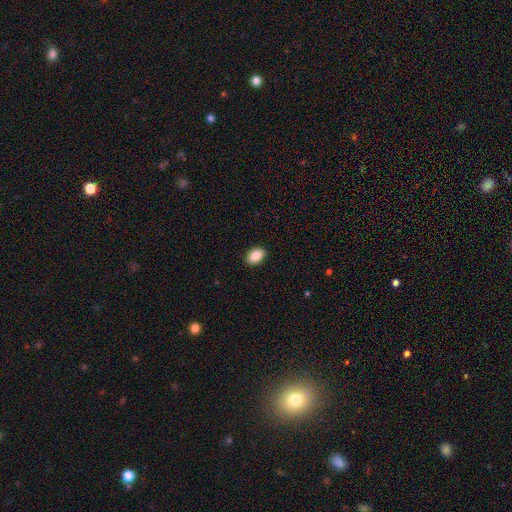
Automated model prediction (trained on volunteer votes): This appears to be a smooth galaxy with no disk features (90%) that is in between round and cigar-shaped (86%). Merging: none (90%).